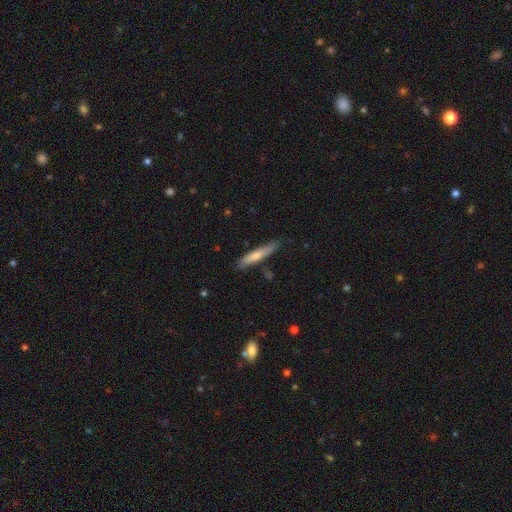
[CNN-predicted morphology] Overall: smooth (67%). How rounded: cigar-shaped (91%). Merging: none (77%).